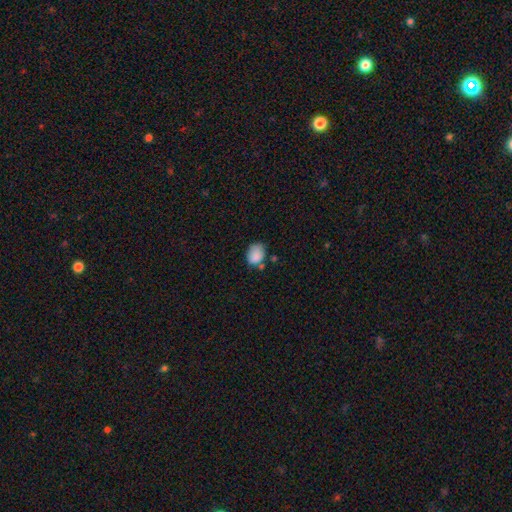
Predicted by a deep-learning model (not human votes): Q: Smooth or featured?
A: smooth (85%); runner-up: star or artifact (9%)
Q: How rounded?
A: in between (60%); runner-up: round (39%)
Q: Merging?
A: none (55%); runner-up: minor disturbance (27%)